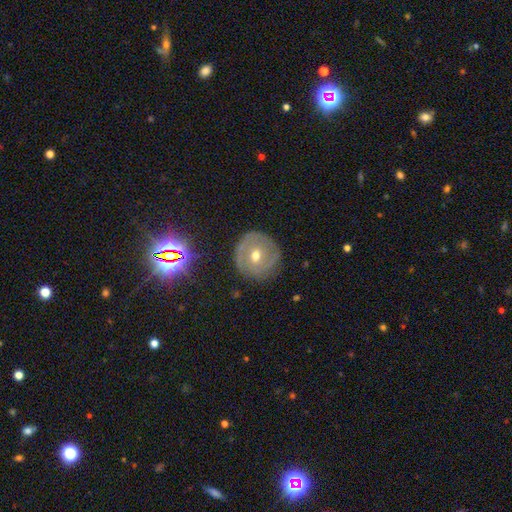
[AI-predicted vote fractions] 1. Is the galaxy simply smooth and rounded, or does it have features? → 55% featured or disk, 34% smooth, 10% star or artifact.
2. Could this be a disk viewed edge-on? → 95% no, 5% yes.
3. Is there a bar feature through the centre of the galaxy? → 57% no, 33% weak, 9% strong.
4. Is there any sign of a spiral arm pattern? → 62% yes, 38% no.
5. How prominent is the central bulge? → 69% moderate, 26% small, 3% large, 1% none, 1% dominant.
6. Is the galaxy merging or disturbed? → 80% none, 13% minor disturbance, 5% major disturbance, 2% merger.